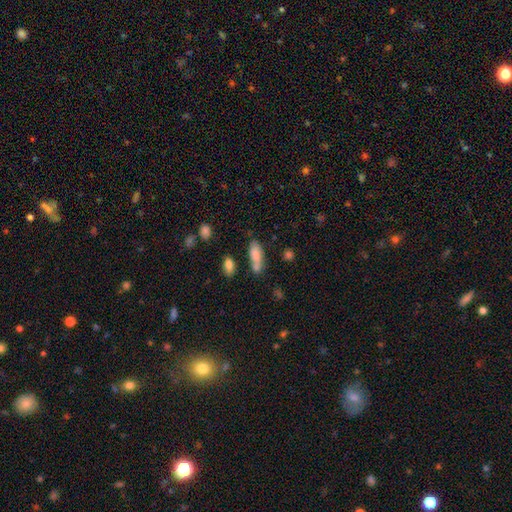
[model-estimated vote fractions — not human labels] smooth 79%, featured or disk 13%, star or artifact 9%. Down the decision tree: how rounded — in between (72%); merging — none (50%).